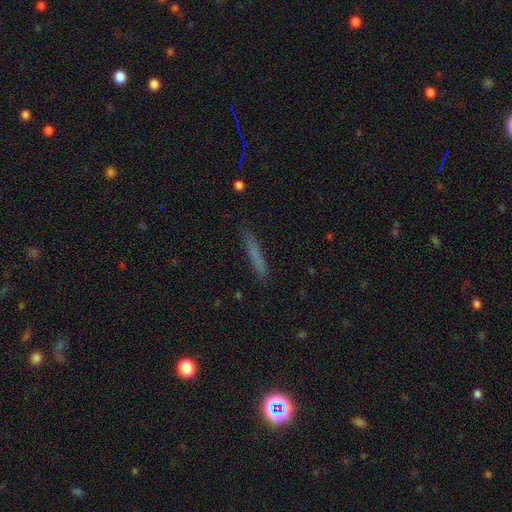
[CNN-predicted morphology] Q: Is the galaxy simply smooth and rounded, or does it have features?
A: smooth — 73%.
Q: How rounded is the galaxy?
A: cigar-shaped — 94%.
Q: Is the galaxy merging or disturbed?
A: none — 87%.